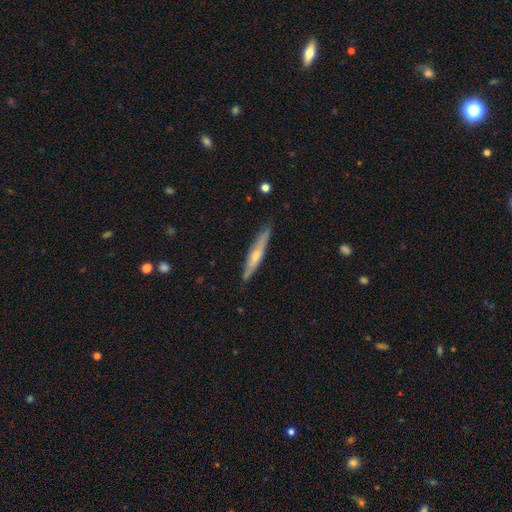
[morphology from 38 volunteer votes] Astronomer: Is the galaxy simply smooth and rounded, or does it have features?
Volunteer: featured or disk — 68%.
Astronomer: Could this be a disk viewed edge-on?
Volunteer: yes — 92%.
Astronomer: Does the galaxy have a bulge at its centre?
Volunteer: rounded — 54%.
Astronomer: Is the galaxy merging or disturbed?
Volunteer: none — 79%.